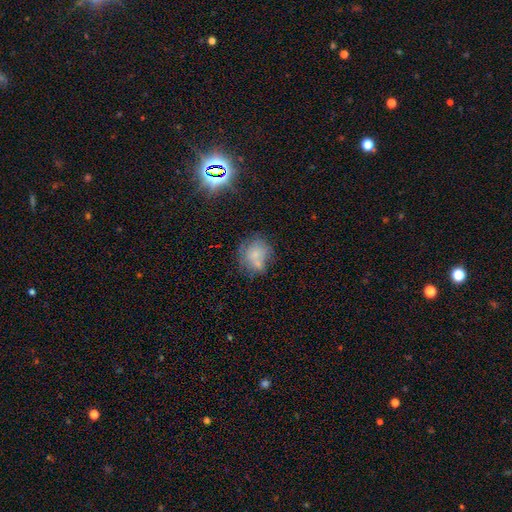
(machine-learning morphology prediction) This appears to be a smooth galaxy with no disk features (60%) that is round (71%). Merging: none (51%).